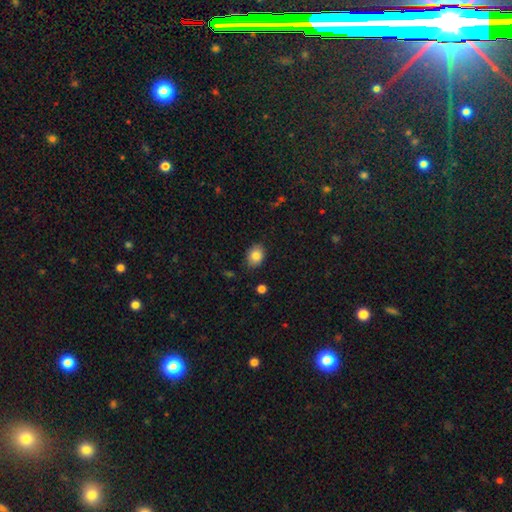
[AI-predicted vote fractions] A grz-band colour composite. It shows a smooth galaxy with no disk features (86%) that is in between round and cigar-shaped (62%). Merging: none (85%).